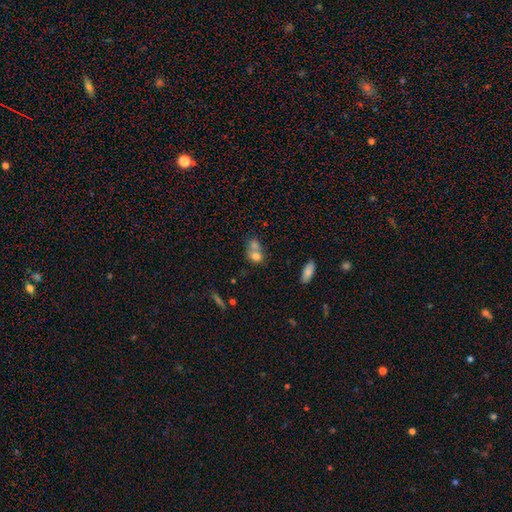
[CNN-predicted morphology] Overall: smooth (71%). How rounded: round (55%; in between 43%). Merging: merger (63%; none 25%).